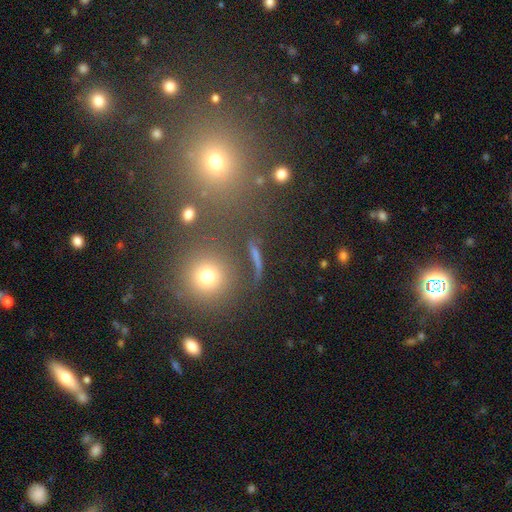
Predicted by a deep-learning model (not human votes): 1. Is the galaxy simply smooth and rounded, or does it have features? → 49% star or artifact, 40% smooth, 11% featured or disk.